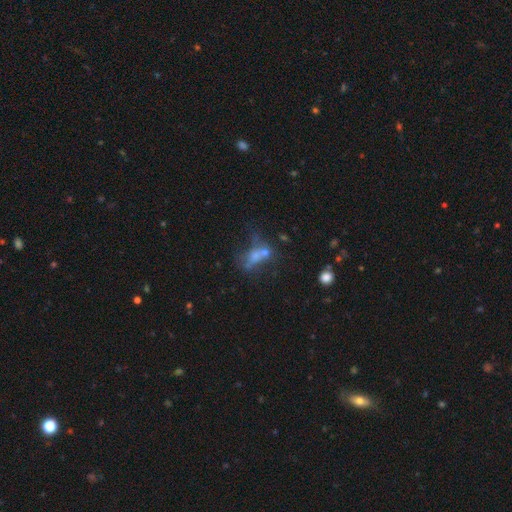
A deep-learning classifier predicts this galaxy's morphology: Smooth or featured: featured or disk — 37% (tied with smooth — 37%)
Merging: none — 32% (merger — 29%)